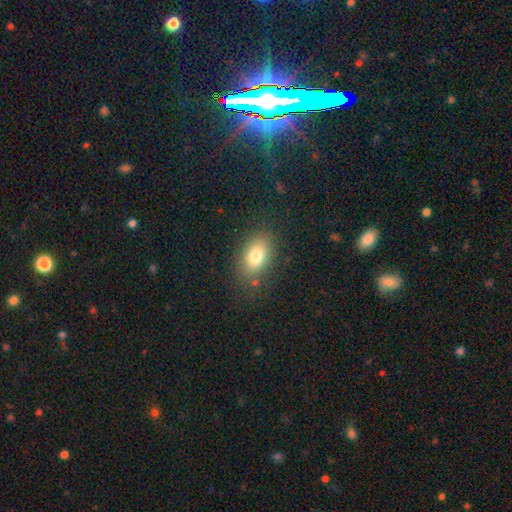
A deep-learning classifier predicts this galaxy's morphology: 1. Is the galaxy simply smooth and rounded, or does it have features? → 78% smooth, 12% featured or disk, 10% star or artifact.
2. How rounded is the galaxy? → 84% in between, 14% round, 3% cigar-shaped.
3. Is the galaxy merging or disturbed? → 80% none, 13% minor disturbance, 5% major disturbance, 2% merger.